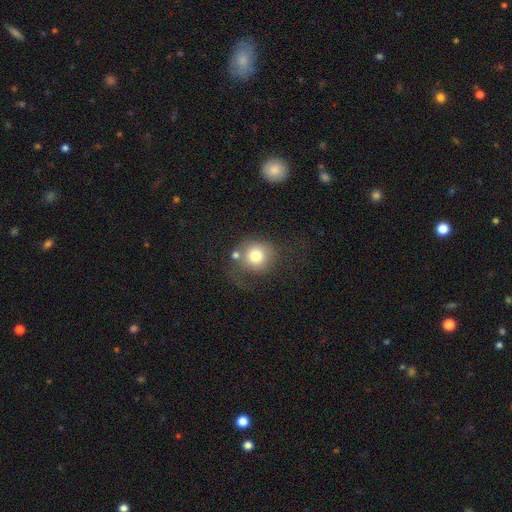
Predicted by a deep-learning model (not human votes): Q: Smooth or featured?
A: smooth (76%); runner-up: featured or disk (14%)
Q: How rounded?
A: round (87%); runner-up: in between (12%)
Q: Merging?
A: none (50%); runner-up: minor disturbance (20%)